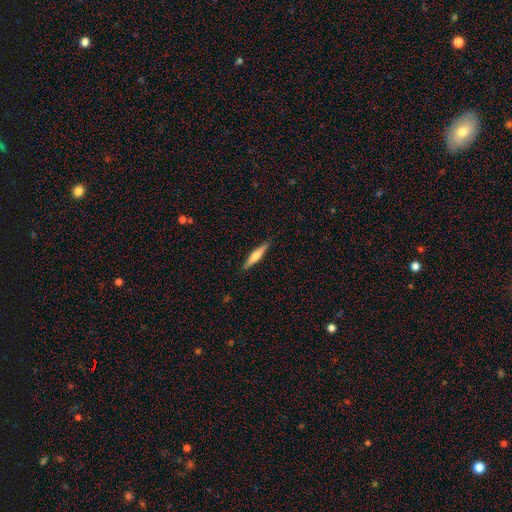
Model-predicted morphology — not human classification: Q: Smooth or featured?
A: smooth (52%); runner-up: featured or disk (43%)
Q: How rounded?
A: cigar-shaped (88%); runner-up: in between (11%)
Q: Merging?
A: none (89%); runner-up: minor disturbance (8%)